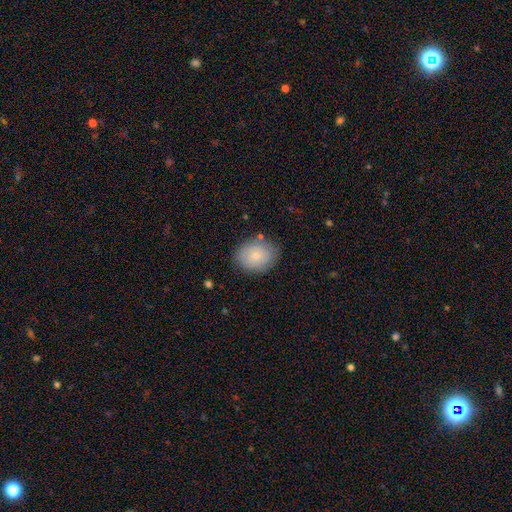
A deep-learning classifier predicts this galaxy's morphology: type=smooth (75%); roundness=round (56%); merging=none (80%).